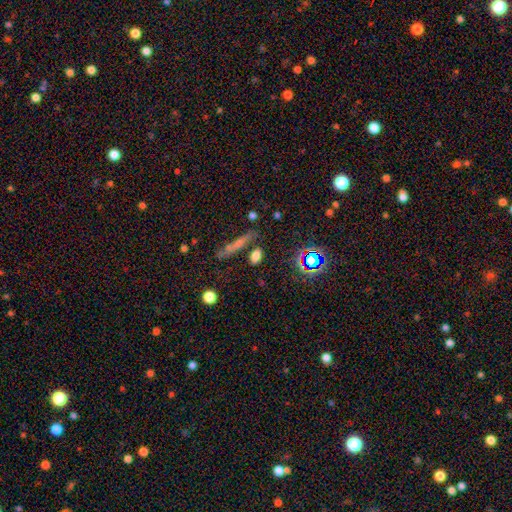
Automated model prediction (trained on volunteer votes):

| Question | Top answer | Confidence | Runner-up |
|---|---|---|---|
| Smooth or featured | smooth | 70% | star or artifact (17%) |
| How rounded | in between | 54% | cigar-shaped (35%) |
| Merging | none | 74% | minor disturbance (13%) |